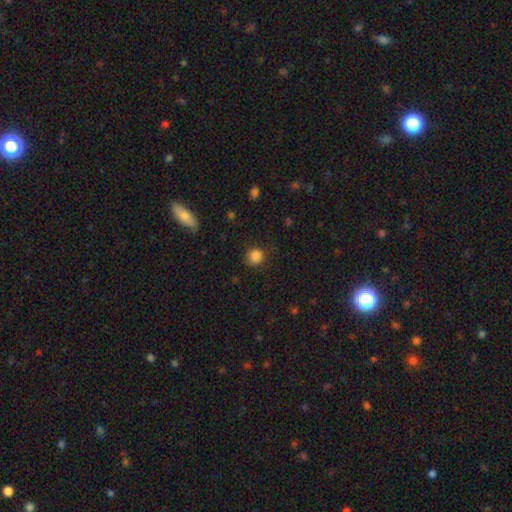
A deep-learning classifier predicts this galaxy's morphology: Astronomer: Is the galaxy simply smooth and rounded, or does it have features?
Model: smooth — 85%.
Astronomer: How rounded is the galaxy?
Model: round — 86%.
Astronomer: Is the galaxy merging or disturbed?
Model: none — 82%.